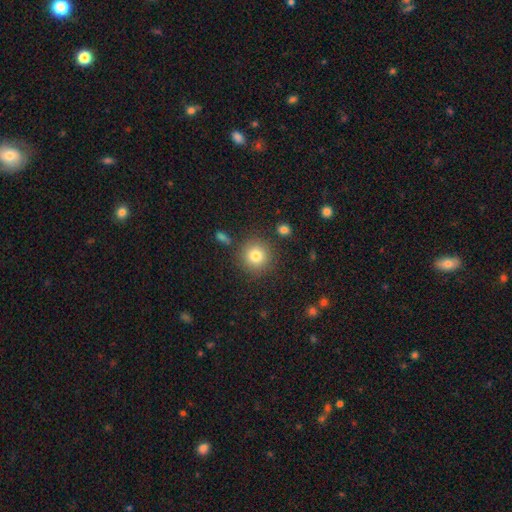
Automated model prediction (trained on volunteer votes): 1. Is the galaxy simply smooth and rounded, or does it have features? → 81% smooth, 11% star or artifact, 8% featured or disk.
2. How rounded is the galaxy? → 93% round, 6% in between, 1% cigar-shaped.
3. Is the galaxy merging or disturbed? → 86% none, 8% minor disturbance, 3% merger, 3% major disturbance.